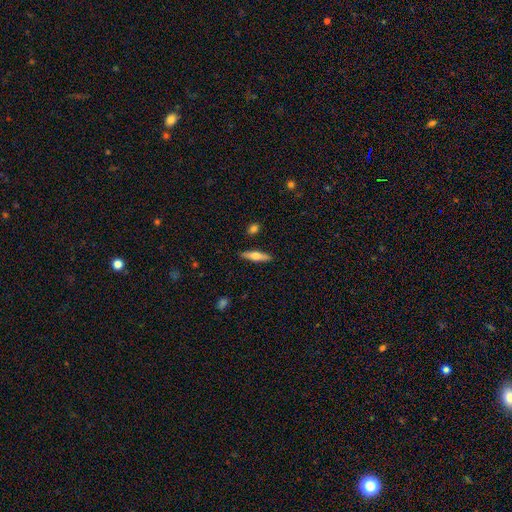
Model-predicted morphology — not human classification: Smooth or featured? Predicted: smooth (p=0.53). How rounded? Predicted: cigar-shaped (p=0.74). Merging? Predicted: none (p=0.89).